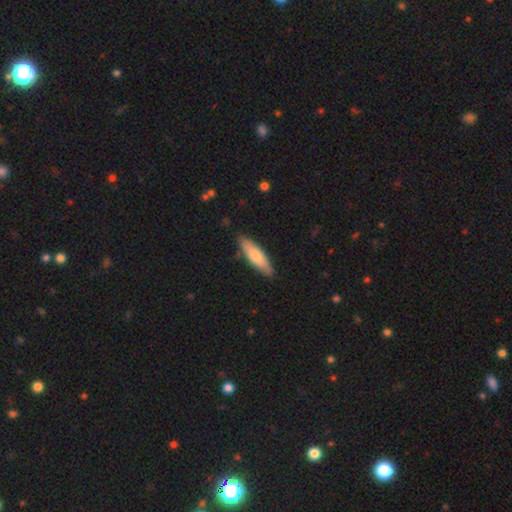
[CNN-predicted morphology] This appears to be a smooth galaxy with no disk features (70%) that is cigar-shaped (57%). Merging: none (85%).